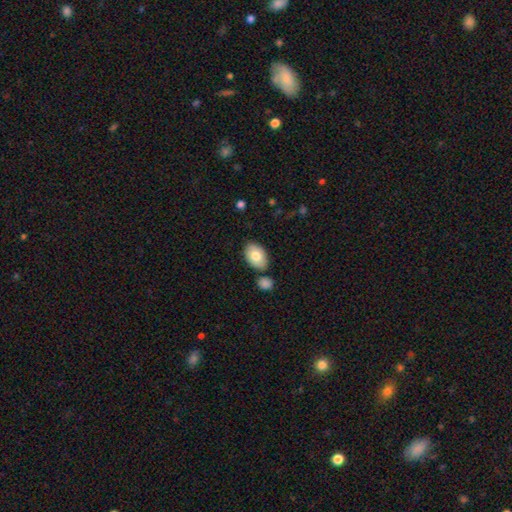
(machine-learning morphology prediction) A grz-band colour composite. It shows a smooth galaxy with no disk features (77%) that is in between round and cigar-shaped (88%). Merging: none (74%).